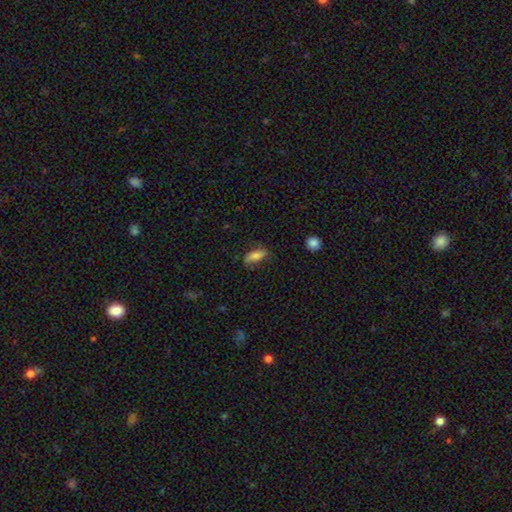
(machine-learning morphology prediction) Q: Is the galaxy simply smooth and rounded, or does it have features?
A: smooth — 72%.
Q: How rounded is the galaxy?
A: in between — 76%.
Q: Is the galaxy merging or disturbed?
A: none — 73%.